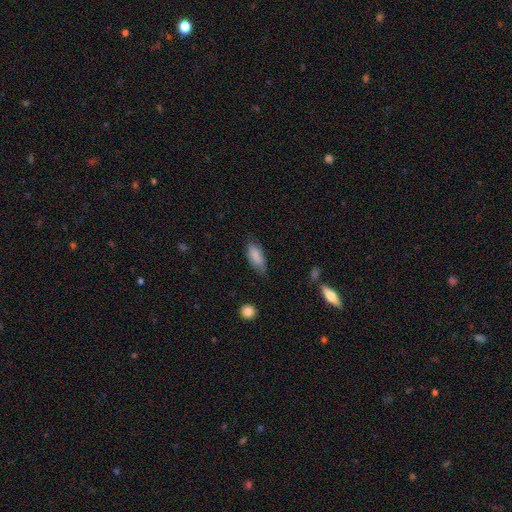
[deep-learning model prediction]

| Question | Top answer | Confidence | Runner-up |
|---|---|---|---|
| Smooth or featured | smooth | 84% | featured or disk (10%) |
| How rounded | in between | 83% | cigar-shaped (14%) |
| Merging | none | 70% | minor disturbance (24%) |